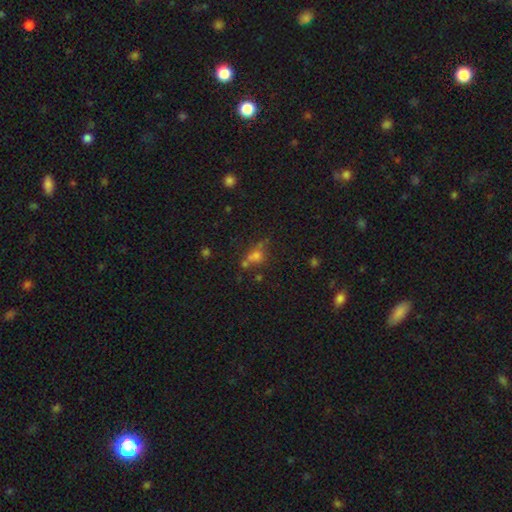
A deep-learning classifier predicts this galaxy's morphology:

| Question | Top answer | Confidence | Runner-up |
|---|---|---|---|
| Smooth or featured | smooth | 57% | star or artifact (25%) |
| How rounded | round | 56% | in between (38%) |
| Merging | none | 42% | merger (31%) |